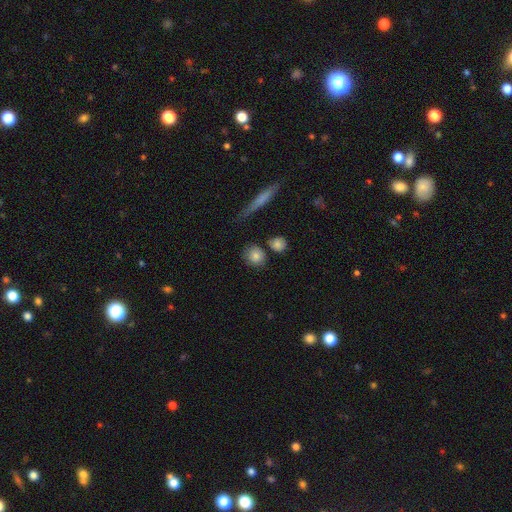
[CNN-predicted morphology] Smooth or featured: smooth — 82% (featured or disk — 10%)
How rounded: round — 79% (in between — 17%)
Merging: none — 77% (minor disturbance — 11%)